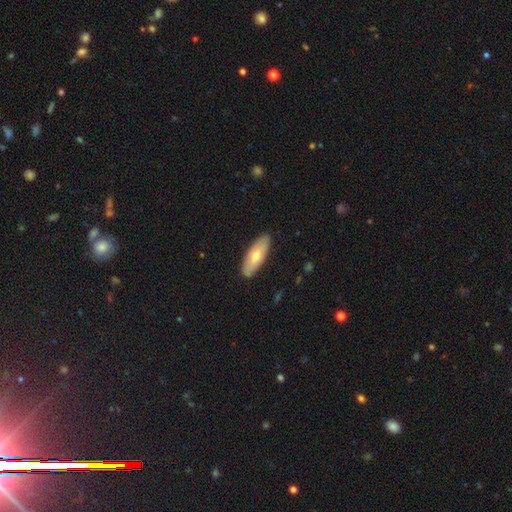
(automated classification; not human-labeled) smooth-or-featured: smooth: 58% | featured or disk: 37% | star or artifact: 5%
  how-rounded: in between: 72% | cigar-shaped: 26% | round: 2%
  merging: none: 86% | minor disturbance: 11% | major disturbance: 2% | merger: 1%